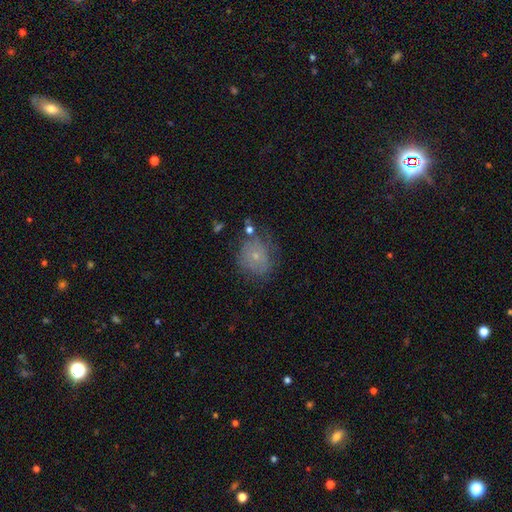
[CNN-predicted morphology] type=smooth (58%); roundness=round (71%); merging=none (57%).